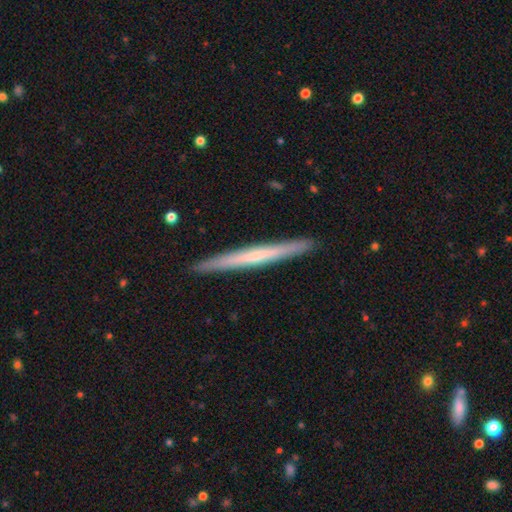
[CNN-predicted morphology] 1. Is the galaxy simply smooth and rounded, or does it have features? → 56% featured or disk, 38% smooth, 6% star or artifact.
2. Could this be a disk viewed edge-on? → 97% yes, 3% no.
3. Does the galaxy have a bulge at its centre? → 69% none, 26% rounded, 5% boxy.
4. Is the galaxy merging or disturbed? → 92% none, 5% minor disturbance, 1% major disturbance, 1% merger.